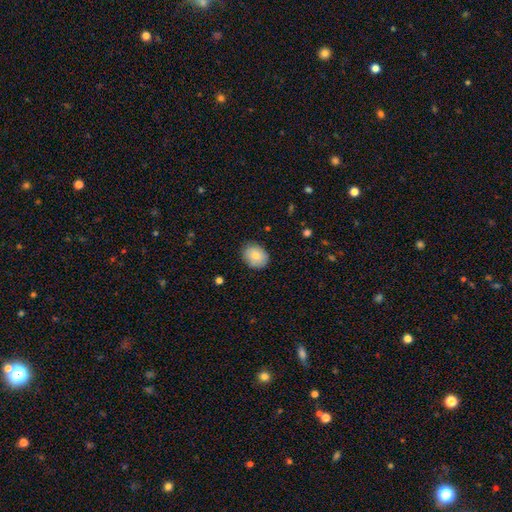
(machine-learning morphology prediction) The model was most divided on "how rounded": in between: 52%, round: 47%, cigar-shaped: 1%. More confident: merging — none (83%); smooth or featured — smooth (79%).